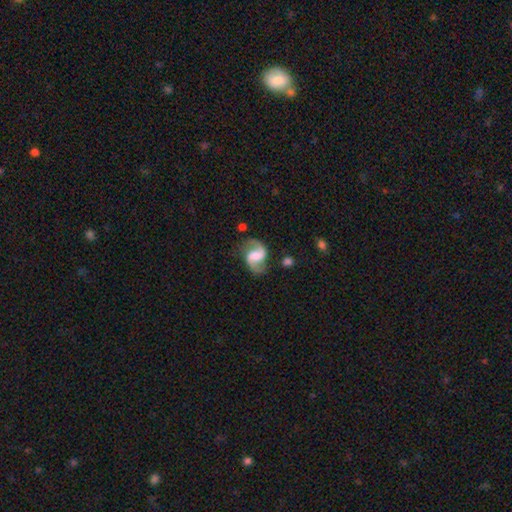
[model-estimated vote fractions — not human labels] featured or disk 87%, smooth 8%, star or artifact 5%. Down the decision tree: edge-on disk — no (98%); bar — weak (48%); spiral arms — yes (97%); spiral arm count — 2 (93%); spiral winding — medium (47%); bulge size — moderate (29%); merging — none (75%).